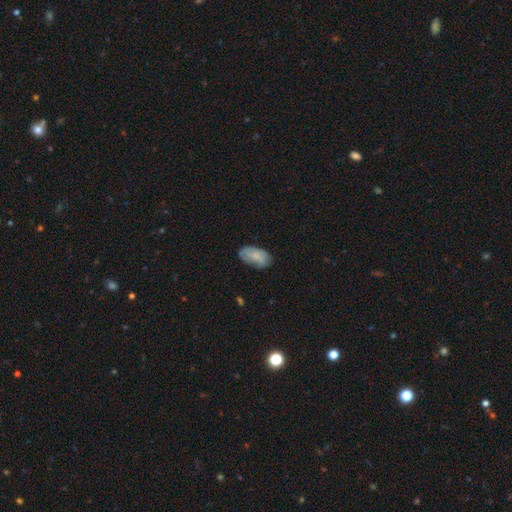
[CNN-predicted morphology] Q: Smooth or featured?
A: smooth (74%); runner-up: featured or disk (19%)
Q: How rounded?
A: in between (94%); runner-up: round (4%)
Q: Merging?
A: none (72%); runner-up: minor disturbance (22%)